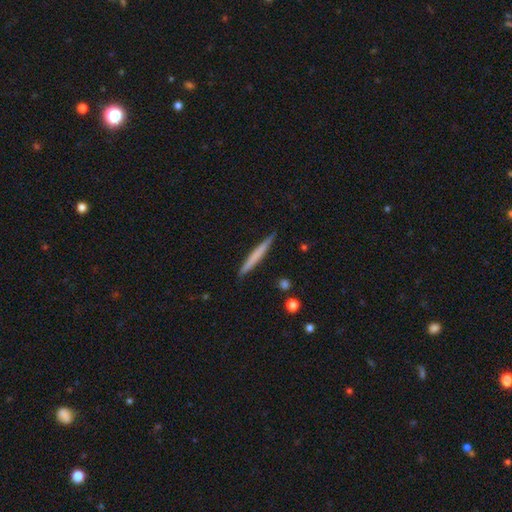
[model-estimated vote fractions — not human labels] This is possibly a smooth galaxy (58%). How rounded: clearly cigar-shaped (97%). Merging: clearly none (90%).